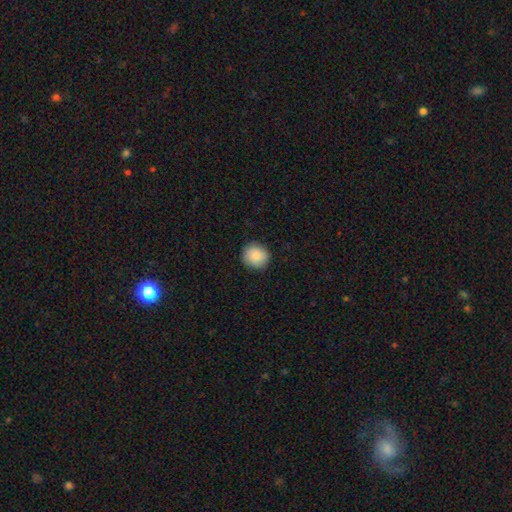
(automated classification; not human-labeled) Overall: smooth (86%). How rounded: round (88%). Merging: none (87%).